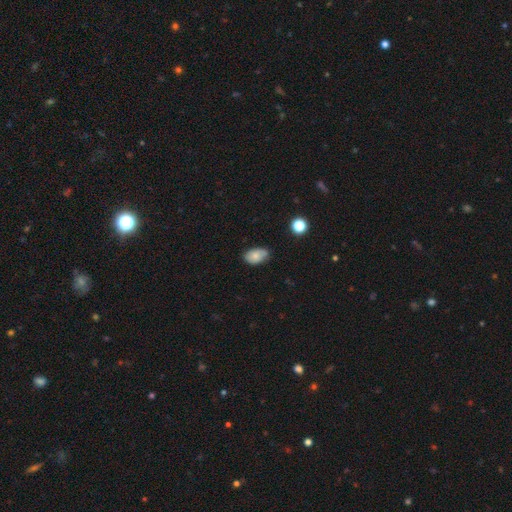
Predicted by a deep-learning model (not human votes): A smooth galaxy with no disk features (75%) that is in between round and cigar-shaped (89%).

Vote fractions:
- Smooth or featured? smooth: 75% / featured or disk: 16% / star or artifact: 9%
- How rounded? in between: 89% / round: 10% / cigar-shaped: 1%
- Merging? none: 64% / minor disturbance: 28% / major disturbance: 5% / merger: 3%